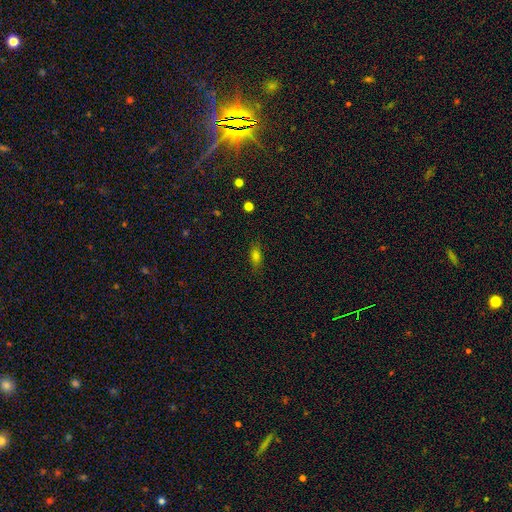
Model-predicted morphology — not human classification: smooth_or_featured: smooth (p=0.76) [alt: star or artifact p=0.14]
how_rounded: in between (p=0.78) [alt: cigar-shaped p=0.16]
merging: none (p=0.81) [alt: minor disturbance p=0.14]